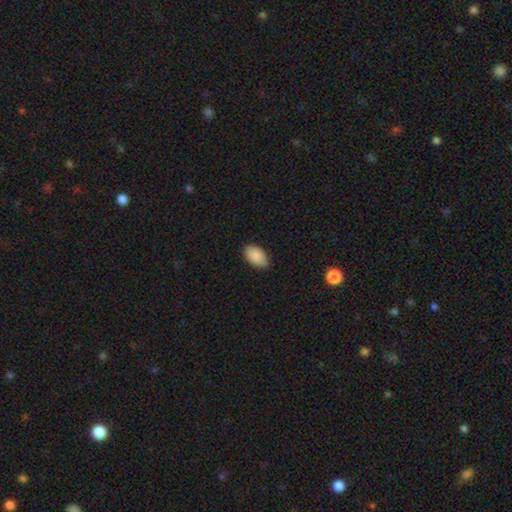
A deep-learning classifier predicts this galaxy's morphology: smooth-or-featured: smooth: 89% | star or artifact: 7% | featured or disk: 4%
  how-rounded: in between: 94% | round: 5% | cigar-shaped: 1%
  merging: none: 85% | minor disturbance: 12% | major disturbance: 2% | merger: 1%